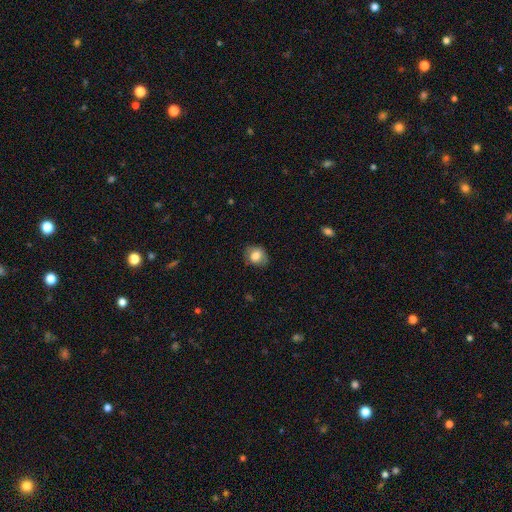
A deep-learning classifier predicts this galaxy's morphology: A smooth galaxy with no disk features (78%) that is round (61%).

Vote fractions:
- Smooth or featured? smooth: 78% / featured or disk: 13% / star or artifact: 9%
- How rounded? round: 61% / in between: 38% / cigar-shaped: 1%
- Merging? none: 75% / minor disturbance: 19% / major disturbance: 5% / merger: 1%